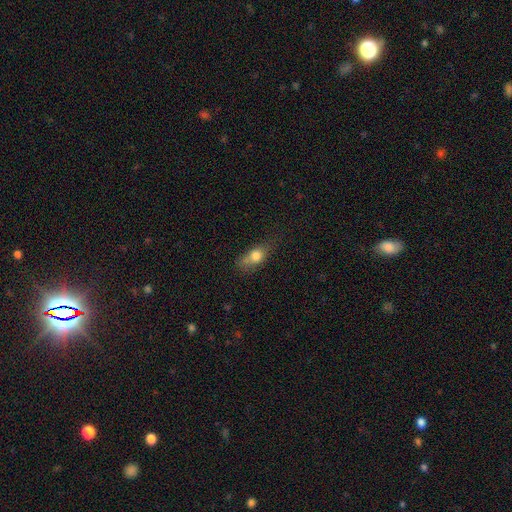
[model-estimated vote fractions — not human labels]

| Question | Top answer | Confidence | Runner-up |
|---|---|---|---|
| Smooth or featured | smooth | 74% | featured or disk (16%) |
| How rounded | in between | 70% | round (20%) |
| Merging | none | 41% | minor disturbance (32%) |